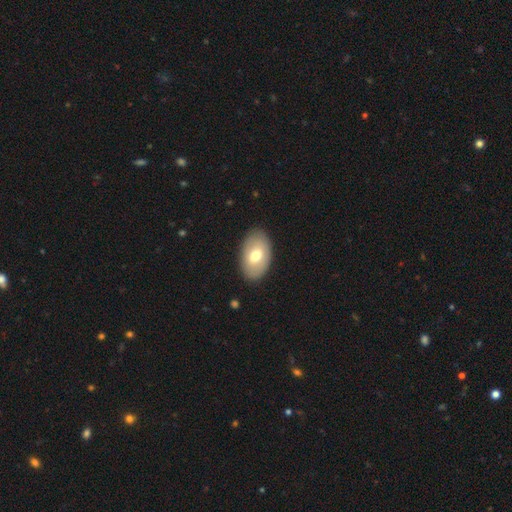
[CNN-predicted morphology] This is likely a smooth galaxy (67%). How rounded: clearly in between (92%). Merging: clearly none (86%).